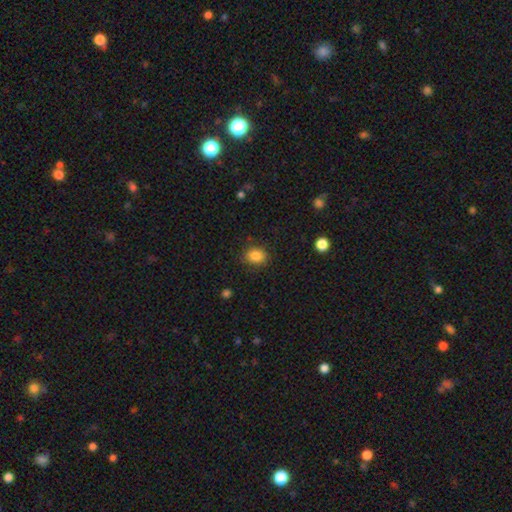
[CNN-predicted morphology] Overall: smooth (86%). How rounded: in between (51%; round 48%). Merging: none (83%).